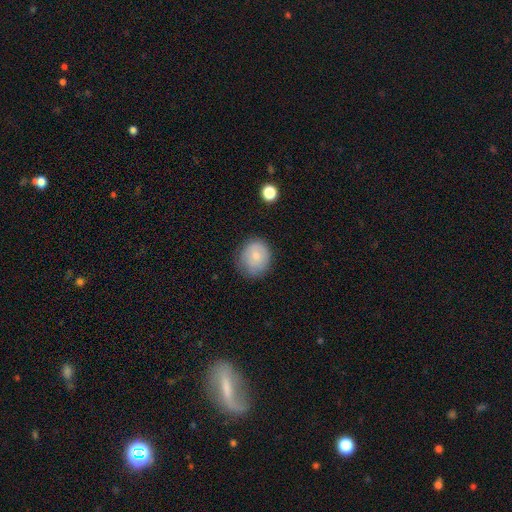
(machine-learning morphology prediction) This appears to be a smooth galaxy with no disk features (75%) that is round (72%). Merging: none (69%).